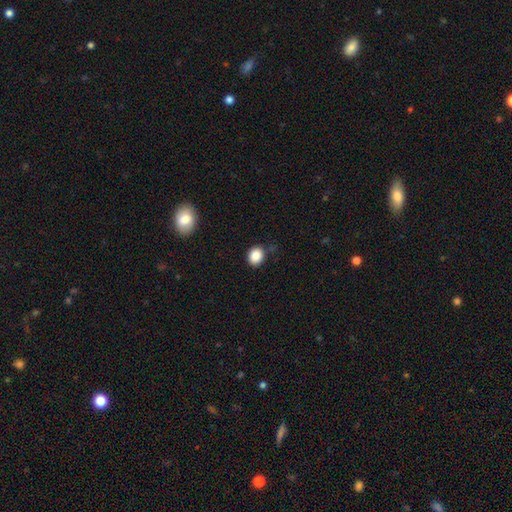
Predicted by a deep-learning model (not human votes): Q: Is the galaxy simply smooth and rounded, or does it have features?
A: smooth — 87%.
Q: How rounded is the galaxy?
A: round — 64%.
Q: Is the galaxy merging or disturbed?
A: none — 80%.